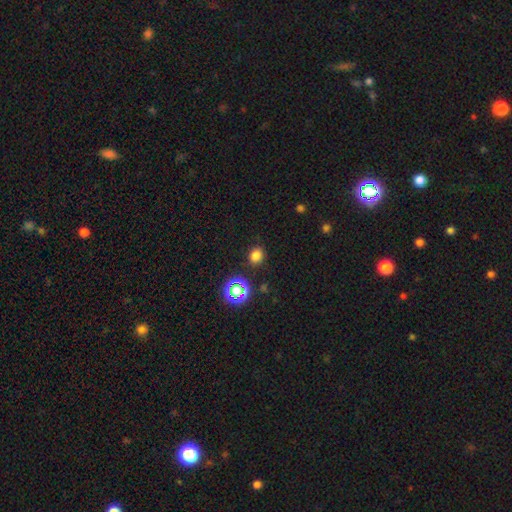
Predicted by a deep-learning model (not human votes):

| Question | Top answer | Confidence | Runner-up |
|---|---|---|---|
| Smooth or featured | smooth | 76% | star or artifact (19%) |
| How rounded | round | 68% | in between (31%) |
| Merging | none | 87% | minor disturbance (8%) |